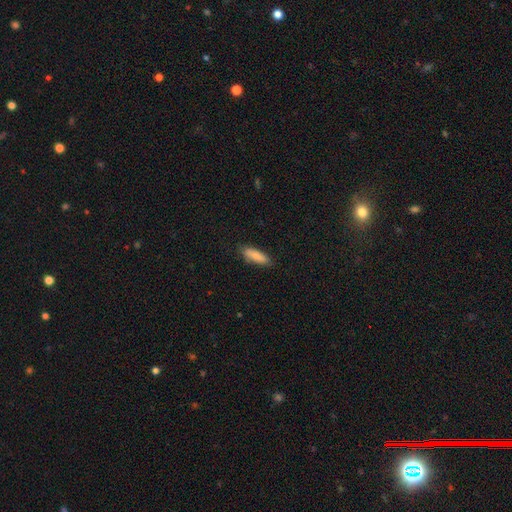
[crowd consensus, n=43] Q: Smooth or featured?
A: smooth (74%); runner-up: featured or disk (16%)
Q: How rounded?
A: cigar-shaped (53%); runner-up: in between (47%)
Q: Merging?
A: none (85%); runner-up: minor disturbance (13%)